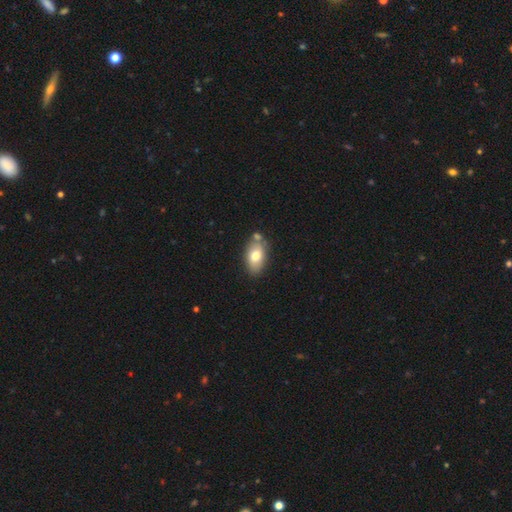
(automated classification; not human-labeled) A smooth galaxy with no disk features (74%) that is in between round and cigar-shaped (91%). Merging: none (66%).